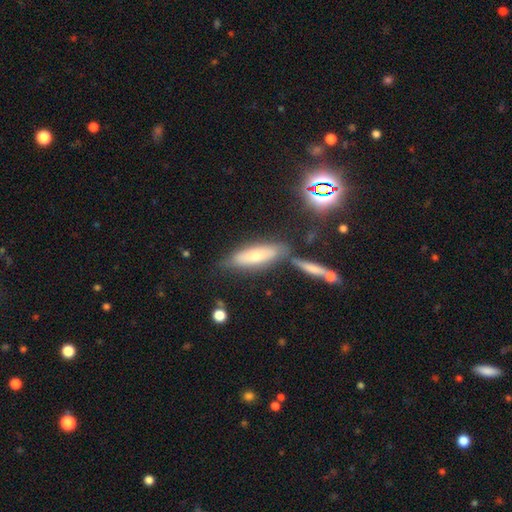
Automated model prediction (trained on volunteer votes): A smooth galaxy with no disk features (65%) that is cigar-shaped (49%, tied with in between). Merging: none (63%).